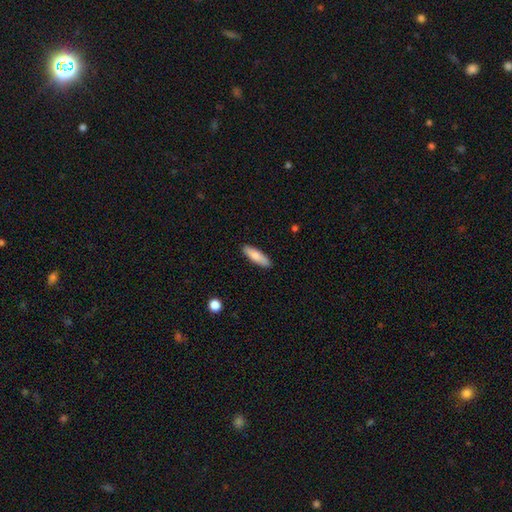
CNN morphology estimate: Smooth or featured? Predicted: smooth (p=0.82). How rounded? Predicted: cigar-shaped (p=0.54). Merging? Predicted: none (p=0.89).